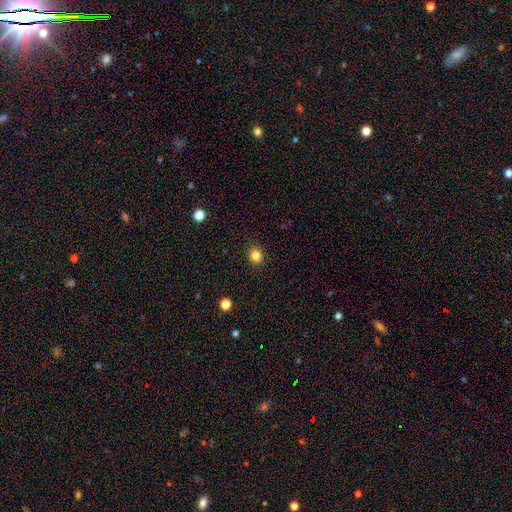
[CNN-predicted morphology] This is clearly a smooth galaxy (83%). How rounded: likely round (74%). Merging: clearly none (90%).